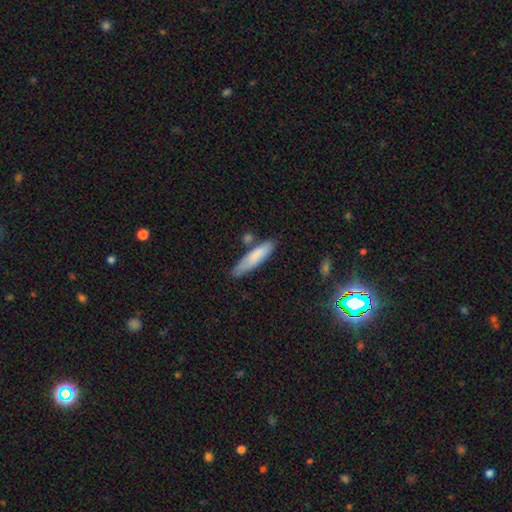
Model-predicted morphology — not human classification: smooth 80%, featured or disk 14%, star or artifact 6%. Down the decision tree: how rounded — cigar-shaped (76%); merging — none (72%).